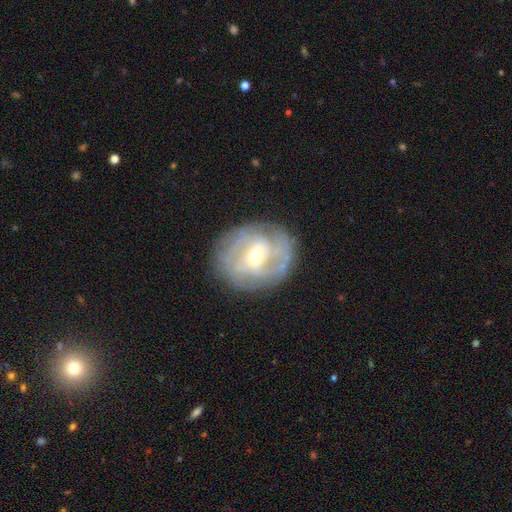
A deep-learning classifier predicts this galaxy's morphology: featured or disk 79%, smooth 15%, star or artifact 6%. Down the decision tree: edge-on disk — no (96%); bar — weak (50%); spiral arms — yes (85%); spiral arm count — can't tell (35%, tied with 2); spiral winding — tight (54%); bulge size — moderate (54%); merging — none (78%).